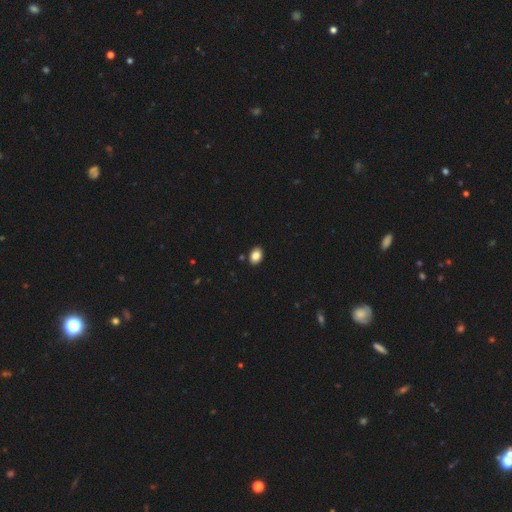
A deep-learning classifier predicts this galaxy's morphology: This is clearly a smooth galaxy (86%). How rounded: likely in between (75%). Merging: clearly none (89%).